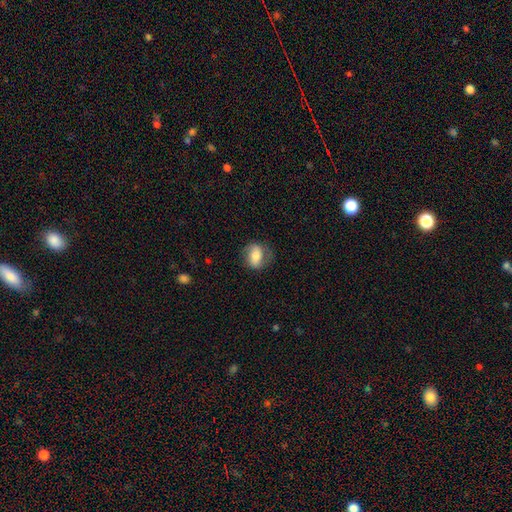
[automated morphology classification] type=smooth (59%); roundness=in between (69%); merging=none (70%).